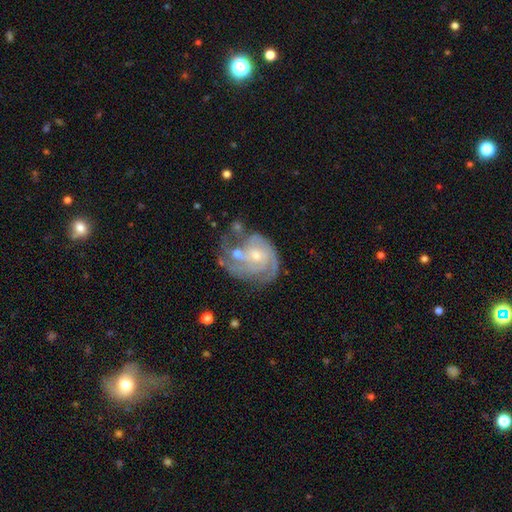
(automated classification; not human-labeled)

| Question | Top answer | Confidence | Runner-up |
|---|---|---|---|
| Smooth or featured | featured or disk | 83% | smooth (11%) |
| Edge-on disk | no | 98% | yes (2%) |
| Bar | no | 65% | weak (30%) |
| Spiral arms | yes | 91% | no (9%) |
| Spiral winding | tight | 53% | medium (36%) |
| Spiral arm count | can't tell | 30% | 2 (26%) |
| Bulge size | small | 63% | moderate (30%) |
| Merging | none | 36% | merger (23%) |